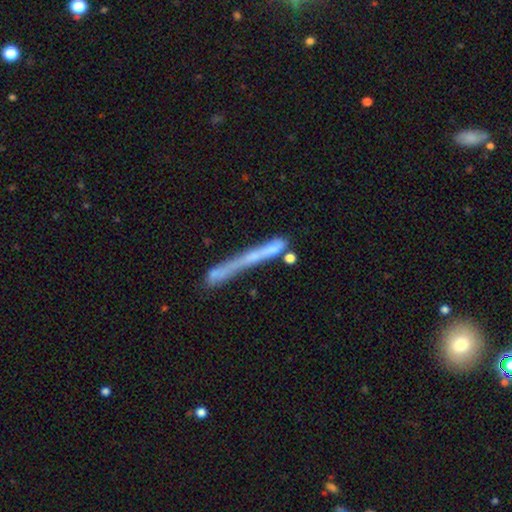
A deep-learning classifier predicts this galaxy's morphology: Smooth or featured: featured or disk — 51% (smooth — 38%)
Edge-on disk: yes — 85% (no — 15%)
Merging: none — 56% (merger — 17%)